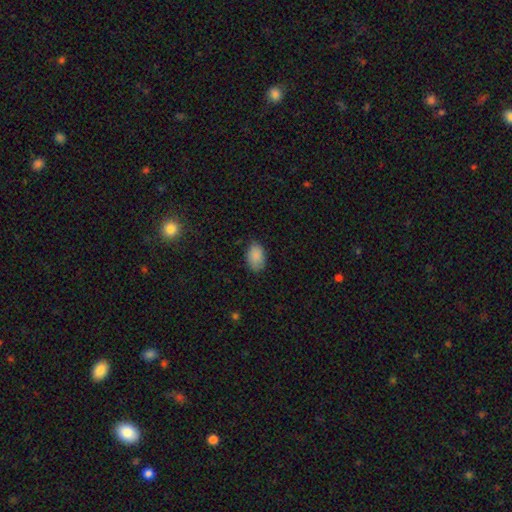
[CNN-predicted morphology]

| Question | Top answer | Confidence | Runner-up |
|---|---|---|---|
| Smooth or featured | smooth | 88% | star or artifact (8%) |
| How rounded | in between | 88% | round (11%) |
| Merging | none | 78% | minor disturbance (18%) |